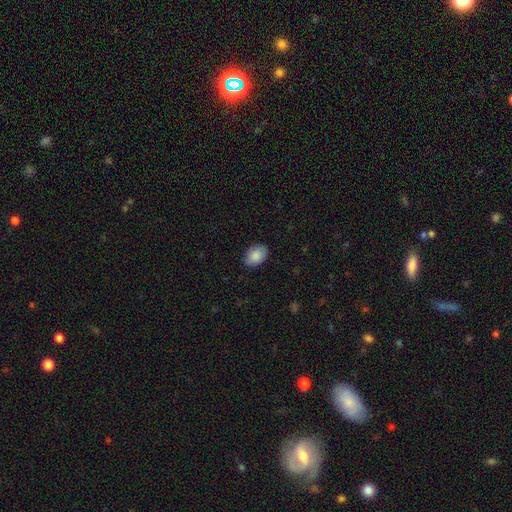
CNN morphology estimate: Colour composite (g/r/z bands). It shows a smooth galaxy with no disk features (89%) that is in between round and cigar-shaped (83%). Merging: none (86%).